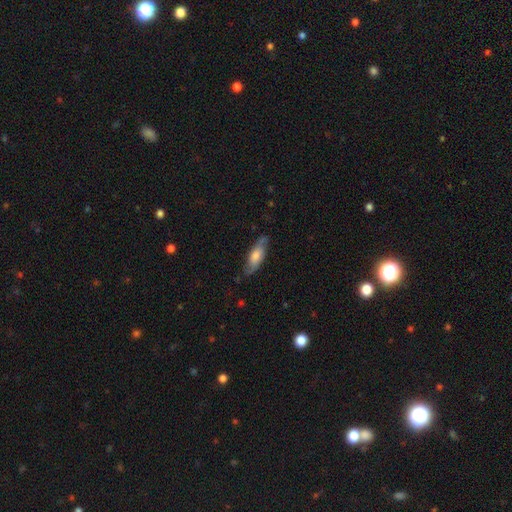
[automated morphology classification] A smooth galaxy with no disk features (49%). Merging: none (73%).